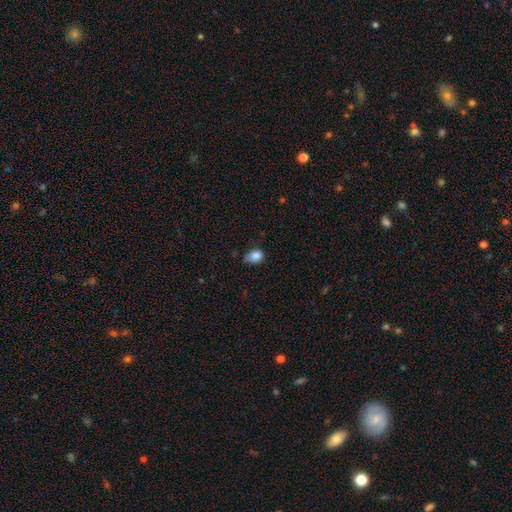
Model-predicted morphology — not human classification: This is clearly a smooth galaxy (84%). How rounded: likely in between (69%). Merging: possibly none (53%).